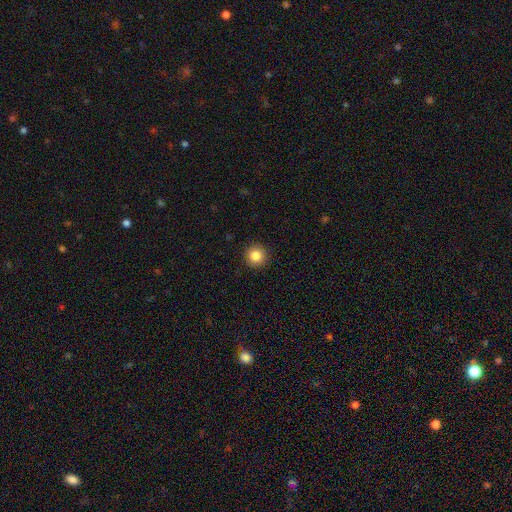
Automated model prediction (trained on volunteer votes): Q: Smooth or featured?
A: smooth (85%); runner-up: star or artifact (10%)
Q: How rounded?
A: round (95%); runner-up: in between (4%)
Q: Merging?
A: none (92%); runner-up: minor disturbance (5%)